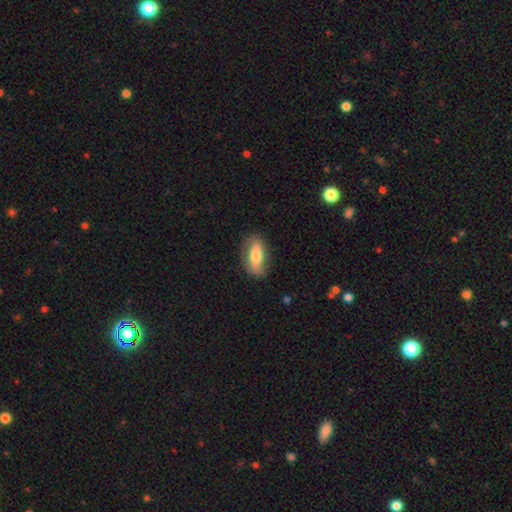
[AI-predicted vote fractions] A smooth galaxy with no disk features (53%) that is in between round and cigar-shaped (76%).

Vote fractions:
- Smooth or featured? smooth: 53% / featured or disk: 41% / star or artifact: 6%
- How rounded? in between: 76% / cigar-shaped: 19% / round: 5%
- Merging? none: 78% / minor disturbance: 16% / major disturbance: 5% / merger: 1%